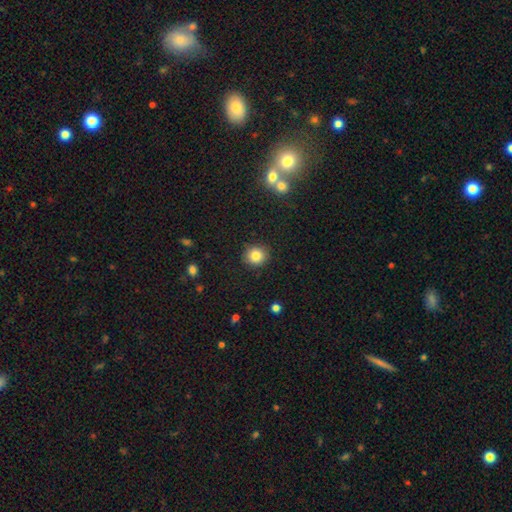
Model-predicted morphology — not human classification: A smooth galaxy with no disk features (84%) that is round (89%). Merging: none (90%).